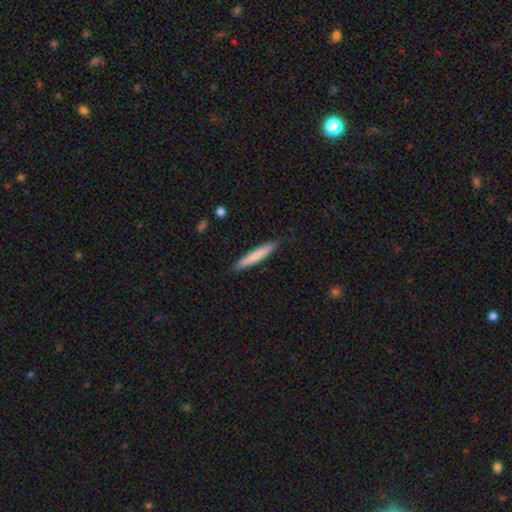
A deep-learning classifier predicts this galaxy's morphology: Smooth or featured? smooth (74%)
How rounded? cigar-shaped (94%)
Merging? none (87%)